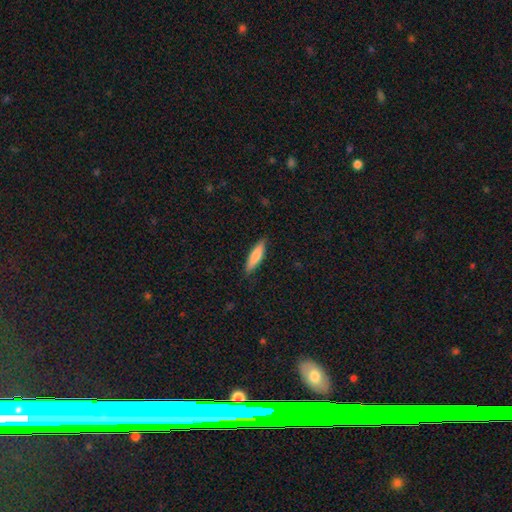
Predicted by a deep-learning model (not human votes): This appears to be a smooth galaxy with no disk features (78%) that is cigar-shaped (73%). Merging: none (86%).